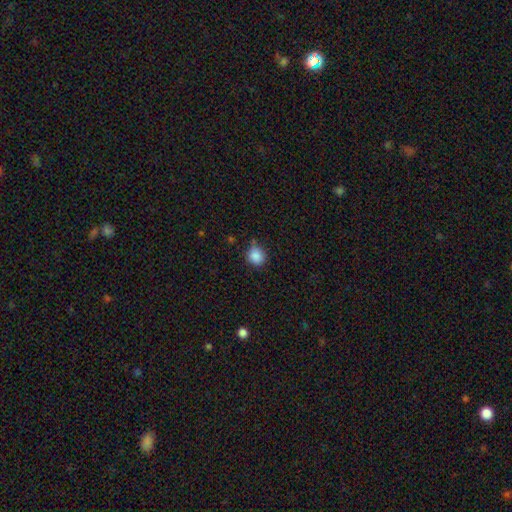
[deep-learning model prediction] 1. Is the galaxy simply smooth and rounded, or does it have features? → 87% smooth, 10% star or artifact, 4% featured or disk.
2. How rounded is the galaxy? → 84% round, 15% in between, 1% cigar-shaped.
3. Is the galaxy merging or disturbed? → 70% none, 21% minor disturbance, 4% merger, 4% major disturbance.